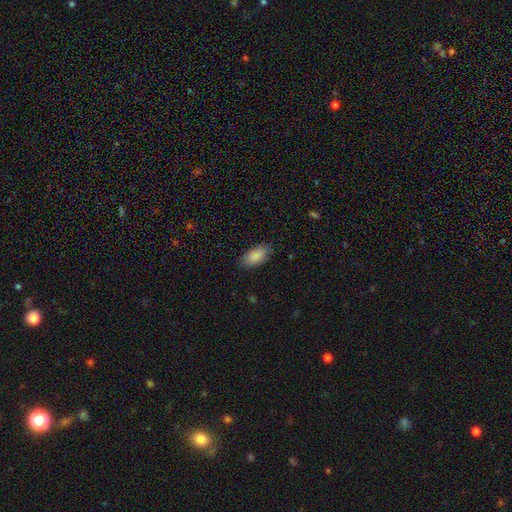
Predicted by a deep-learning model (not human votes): Q: Smooth or featured?
A: smooth (88%); runner-up: star or artifact (6%)
Q: How rounded?
A: in between (93%); runner-up: cigar-shaped (4%)
Q: Merging?
A: none (82%); runner-up: minor disturbance (14%)